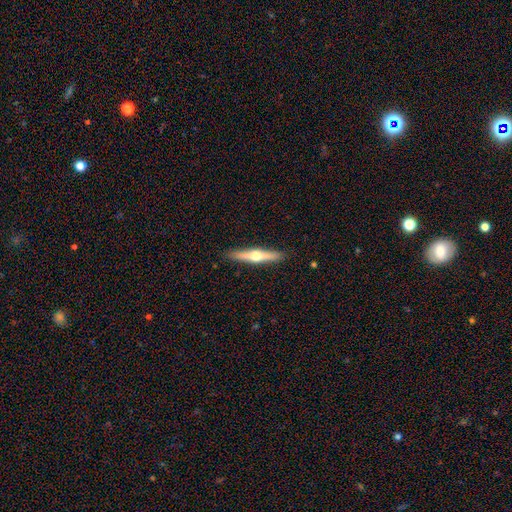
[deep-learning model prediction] This is likely a featured or disk galaxy (63%). It is clearly viewed edge-on (97%). Edge-on bulge: clearly rounded (94%). Merging: clearly none (91%).